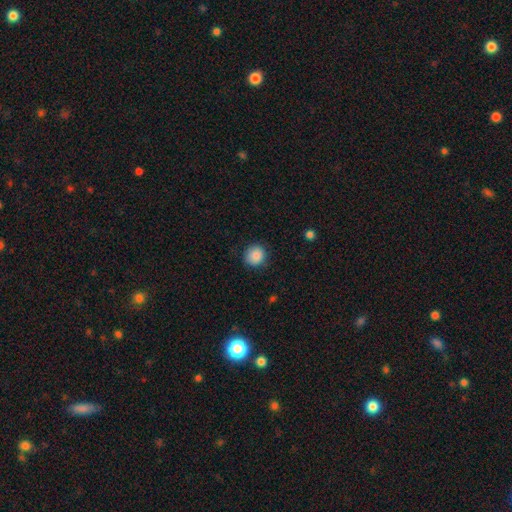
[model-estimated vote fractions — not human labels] This appears to be a smooth galaxy with no disk features (87%) that is round (87%). Merging: none (87%).